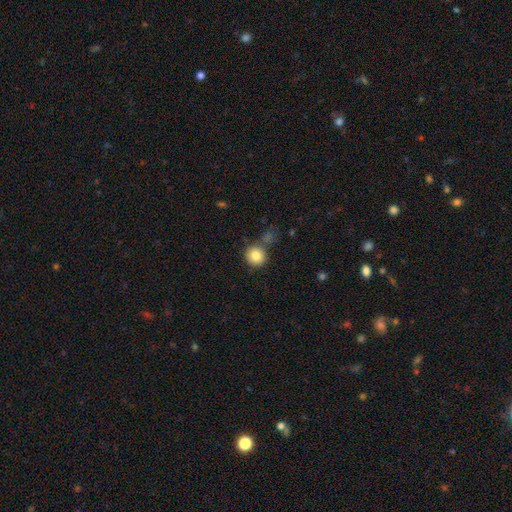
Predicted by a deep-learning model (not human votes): This is clearly a smooth galaxy (83%). How rounded: clearly round (91%). Merging: likely none (72%).